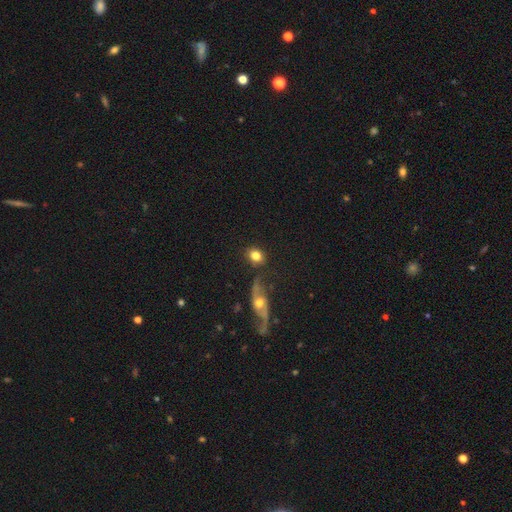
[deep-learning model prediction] Morphology: type=smooth (80%); roundness=round (52%); merging=none (74%).